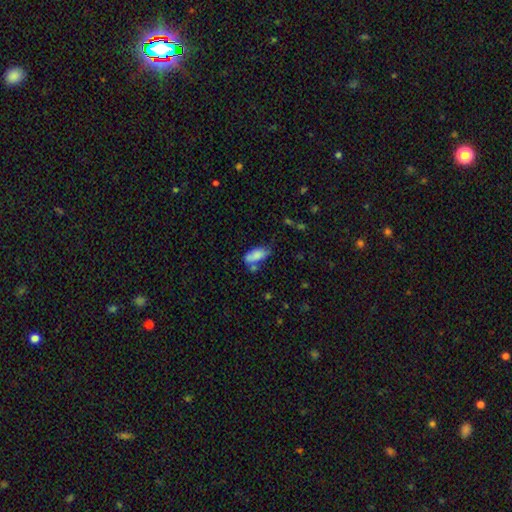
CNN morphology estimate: type=smooth (79%); roundness=in between (81%); merging=none (40%).